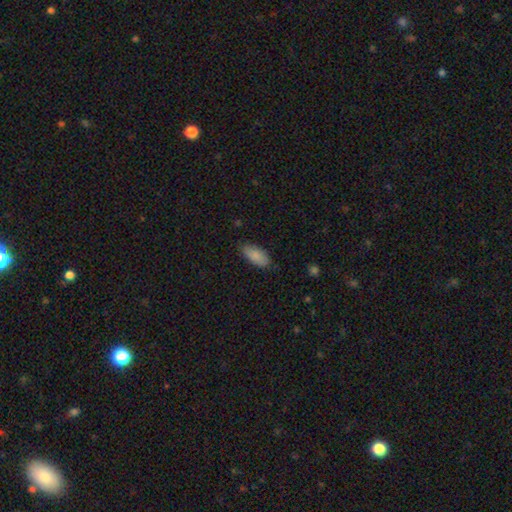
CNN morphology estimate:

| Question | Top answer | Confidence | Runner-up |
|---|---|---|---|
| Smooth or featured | smooth | 85% | featured or disk (8%) |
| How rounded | in between | 89% | cigar-shaped (9%) |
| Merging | none | 78% | minor disturbance (18%) |